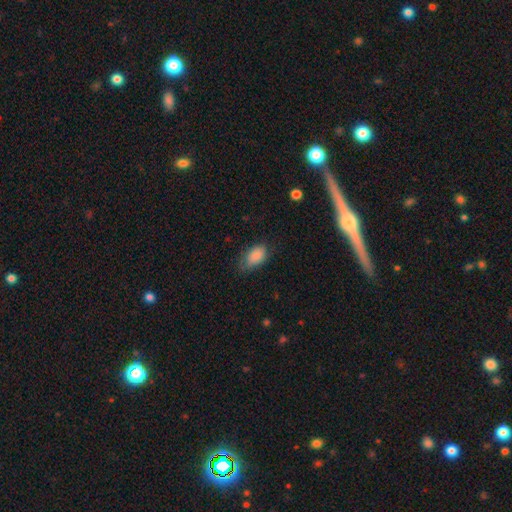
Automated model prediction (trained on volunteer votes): Overall: smooth (87%). How rounded: in between (92%). Merging: none (65%; minor disturbance 27%).